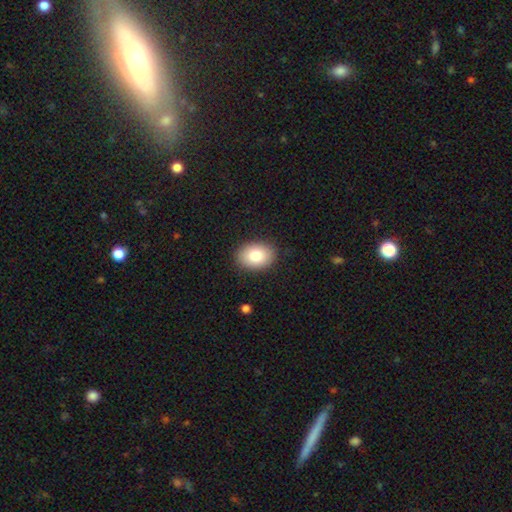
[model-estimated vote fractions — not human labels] This appears to be a smooth galaxy with no disk features (82%) that is in between round and cigar-shaped (74%). Merging: none (88%).